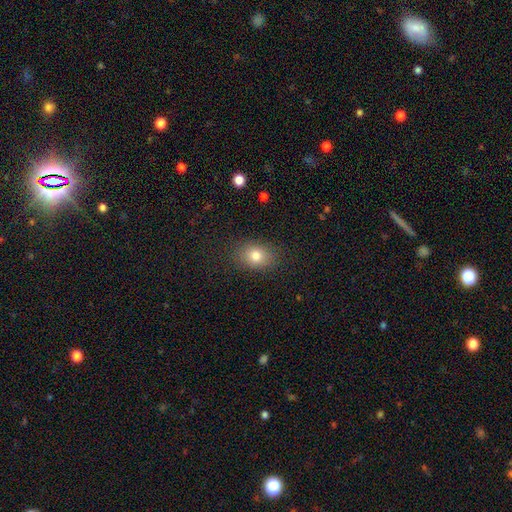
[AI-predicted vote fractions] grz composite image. It shows a smooth galaxy with no disk features (79%) that is in between round and cigar-shaped (65%). Merging: none (86%).